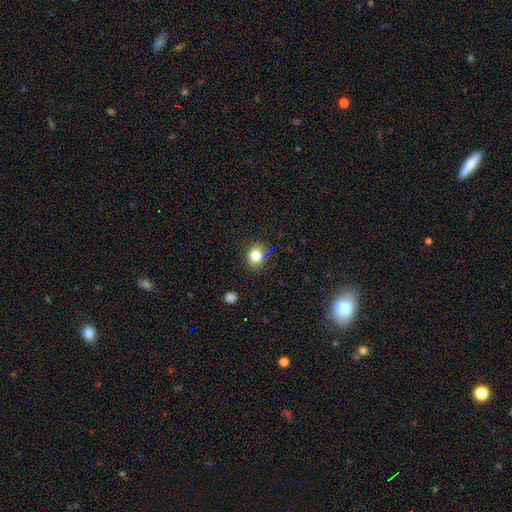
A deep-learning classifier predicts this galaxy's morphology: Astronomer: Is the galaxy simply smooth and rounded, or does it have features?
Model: smooth — 78%.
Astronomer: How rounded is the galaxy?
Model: round — 65%.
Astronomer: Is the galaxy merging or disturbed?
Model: none — 83%.